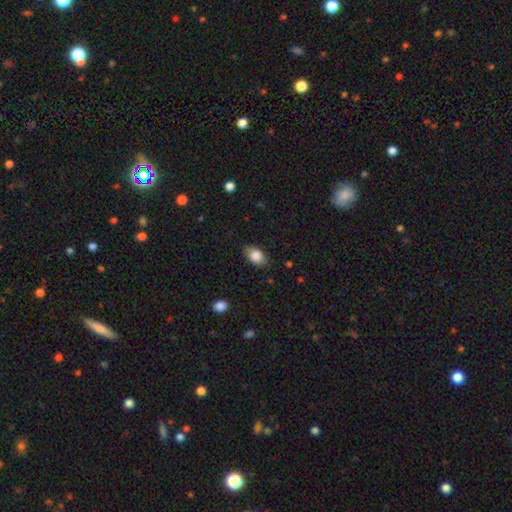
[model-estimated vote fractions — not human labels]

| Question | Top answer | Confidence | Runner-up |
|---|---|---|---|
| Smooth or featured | smooth | 84% | featured or disk (8%) |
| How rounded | in between | 88% | round (11%) |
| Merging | none | 83% | minor disturbance (13%) |